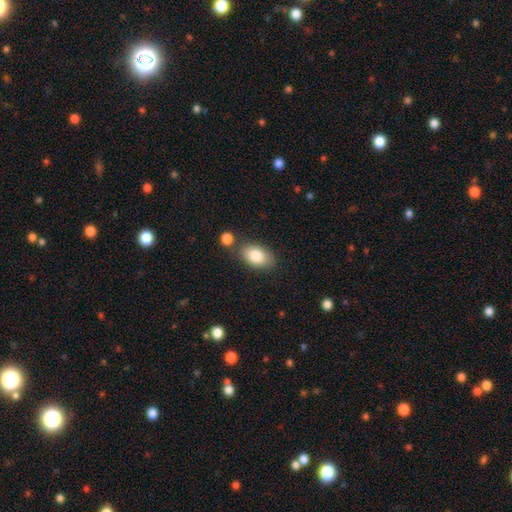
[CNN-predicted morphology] smooth-or-featured: smooth: 83% | featured or disk: 10% | star or artifact: 7%
  how-rounded: in between: 91% | round: 7% | cigar-shaped: 2%
  merging: none: 72% | minor disturbance: 13% | merger: 12% | major disturbance: 3%